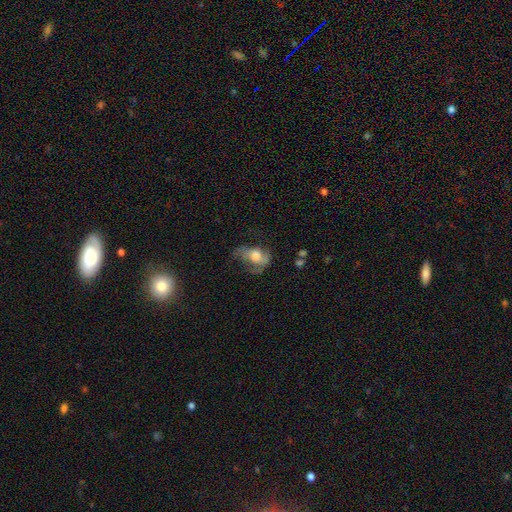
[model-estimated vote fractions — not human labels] Smooth or featured? featured or disk (53%)
Edge-on disk? no (96%)
Bar? no (75%)
Spiral arms? yes (63%)
Bulge size? large (42%)
Merging? major disturbance (38%)